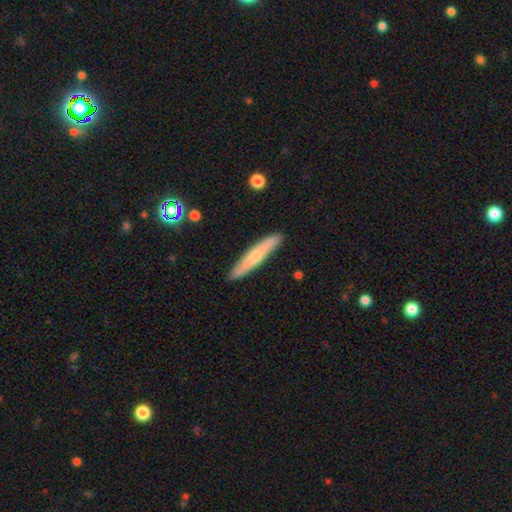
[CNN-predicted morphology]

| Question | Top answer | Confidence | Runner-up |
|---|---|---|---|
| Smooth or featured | smooth | 55% | featured or disk (39%) |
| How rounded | cigar-shaped | 92% | in between (6%) |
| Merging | none | 89% | minor disturbance (8%) |